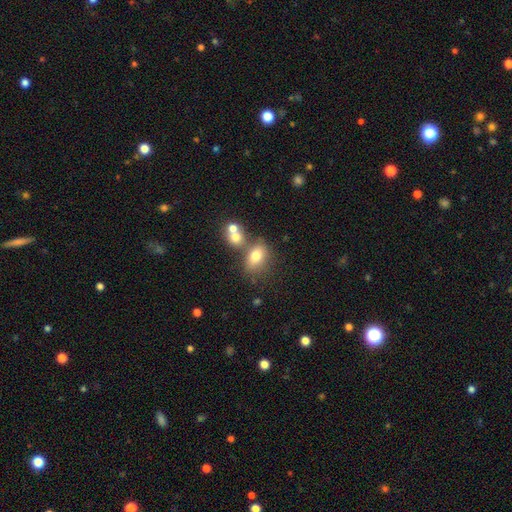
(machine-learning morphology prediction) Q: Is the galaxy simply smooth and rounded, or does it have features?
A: smooth — 74%.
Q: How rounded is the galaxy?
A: in between — 69%.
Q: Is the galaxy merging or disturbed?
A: none — 49%.